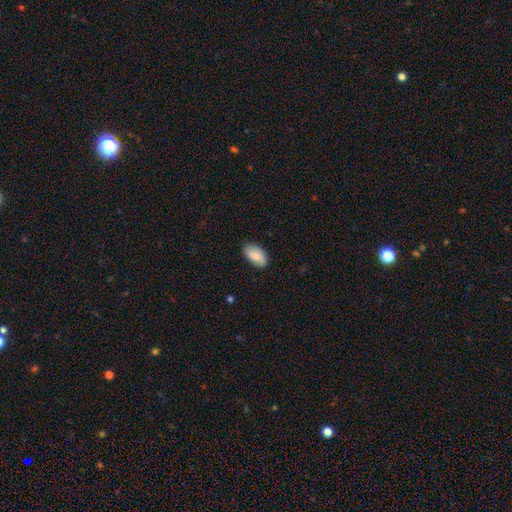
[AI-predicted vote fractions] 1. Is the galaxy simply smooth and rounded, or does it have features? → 81% smooth, 13% featured or disk, 6% star or artifact.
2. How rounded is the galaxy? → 94% in between, 3% round, 3% cigar-shaped.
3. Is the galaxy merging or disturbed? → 83% none, 13% minor disturbance, 2% major disturbance, 1% merger.